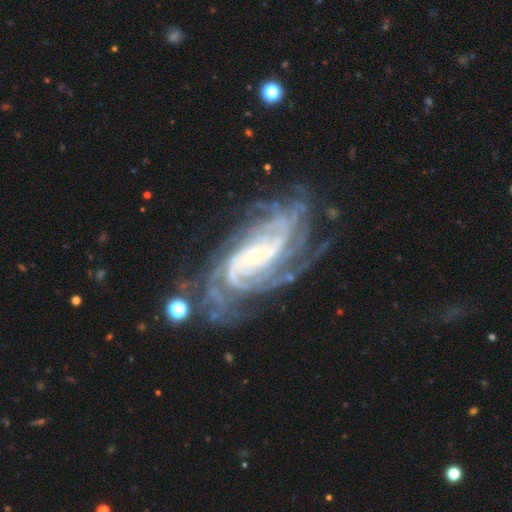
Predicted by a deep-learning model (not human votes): Smooth or featured? featured or disk (91%)
Edge-on disk? no (96%)
Bar? no (63%)
Spiral arms? yes (98%)
Spiral winding? tight (70%)
Spiral arm count? 4 (27%)
Bulge size? small (82%)
Merging? none (68%)